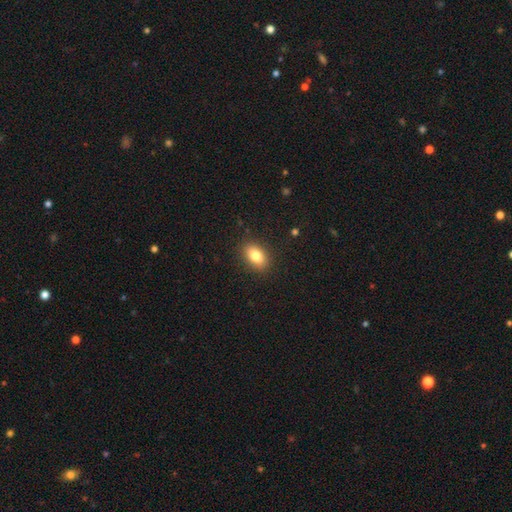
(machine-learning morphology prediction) smooth 82%, featured or disk 9%, star or artifact 9%. Down the decision tree: how rounded — in between (86%); merging — none (88%).